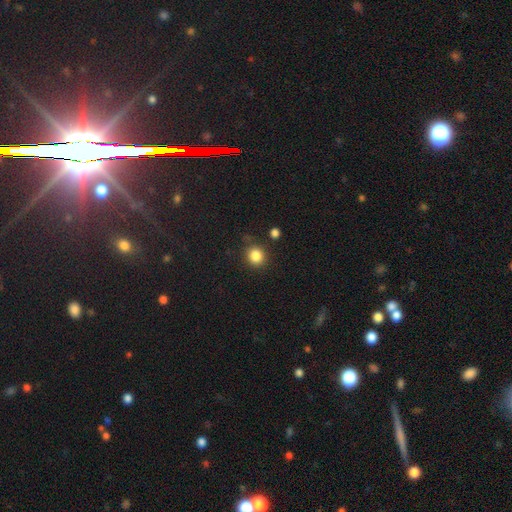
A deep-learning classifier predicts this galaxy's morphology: smooth 85%, star or artifact 11%, featured or disk 4%. Down the decision tree: how rounded — round (86%); merging — none (82%).